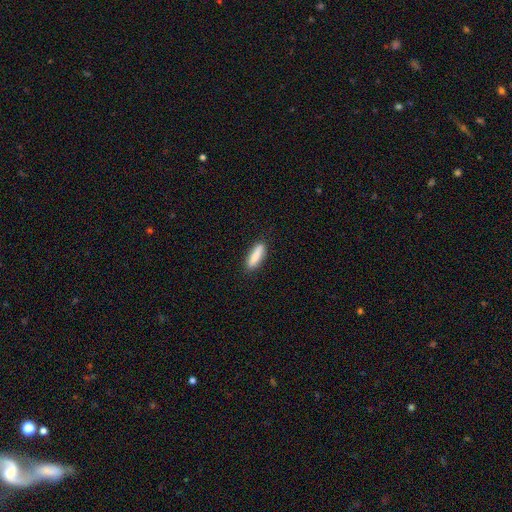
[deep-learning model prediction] smooth_or_featured: smooth (p=0.86) [alt: featured or disk p=0.08]
how_rounded: cigar-shaped (p=0.63) [alt: in between p=0.35]
merging: none (p=0.88) [alt: minor disturbance p=0.09]